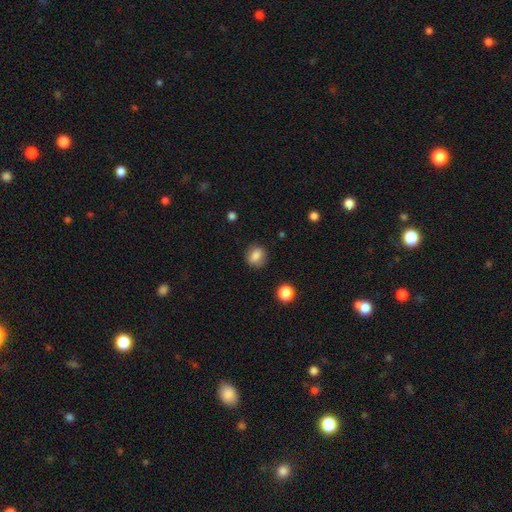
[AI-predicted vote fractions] This appears to be a smooth galaxy with no disk features (82%) that is round (73%). Merging: none (84%).